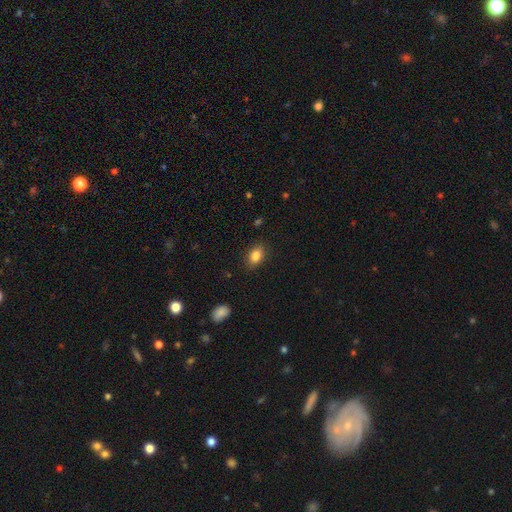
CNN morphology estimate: The model was most divided on "how rounded": in between: 81%, round: 17%, cigar-shaped: 2%. More confident: merging — none (87%); smooth or featured — smooth (85%).